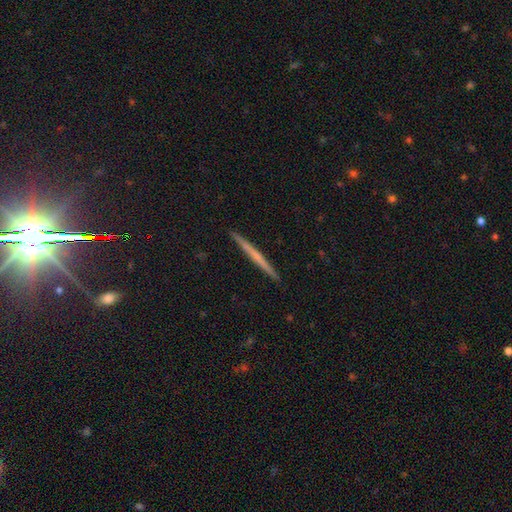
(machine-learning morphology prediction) smooth_or_featured: featured or disk (p=0.54) [alt: smooth p=0.40]
disk_edge_on: yes (p=0.98) [alt: no p=0.02]
edge_on_bulge: none (p=0.83) [alt: rounded p=0.12]
merging: none (p=0.93) [alt: minor disturbance p=0.05]